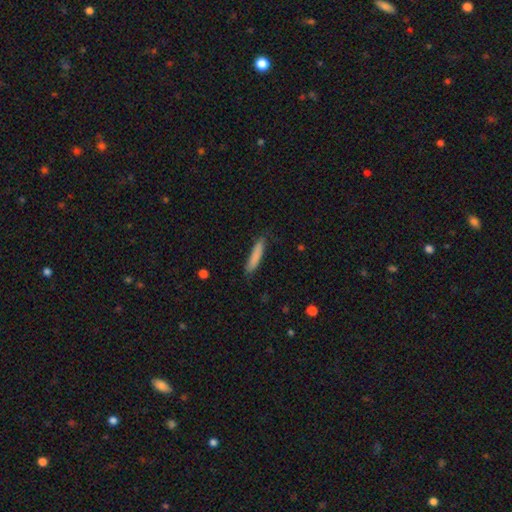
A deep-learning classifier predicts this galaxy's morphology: A smooth galaxy with no disk features (82%) that is cigar-shaped (89%). Merging: none (80%).